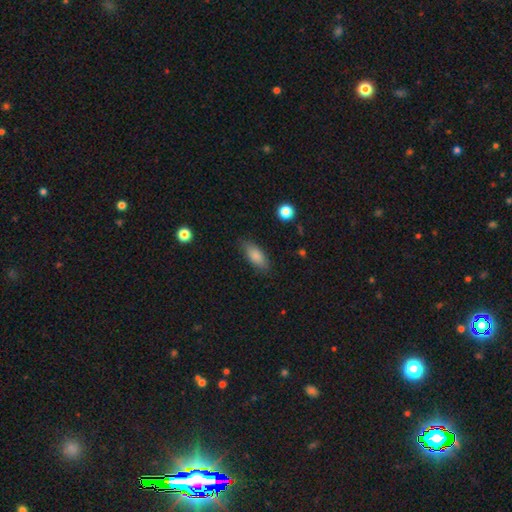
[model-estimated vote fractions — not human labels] A smooth galaxy with no disk features (84%) that is in between round and cigar-shaped (81%). Merging: none (83%).